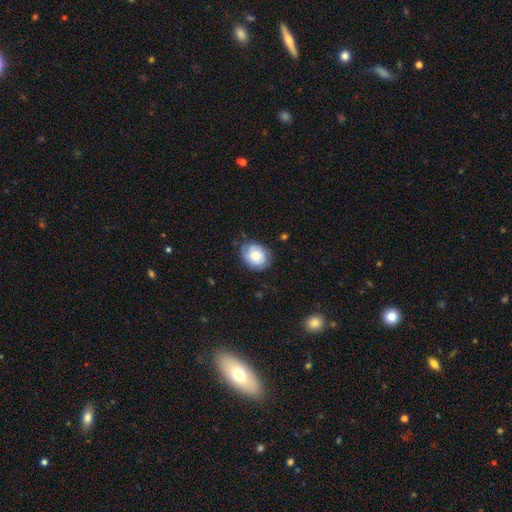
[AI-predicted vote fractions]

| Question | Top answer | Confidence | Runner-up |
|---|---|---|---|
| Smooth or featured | smooth | 61% | featured or disk (31%) |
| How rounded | round | 55% | in between (44%) |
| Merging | none | 74% | minor disturbance (20%) |